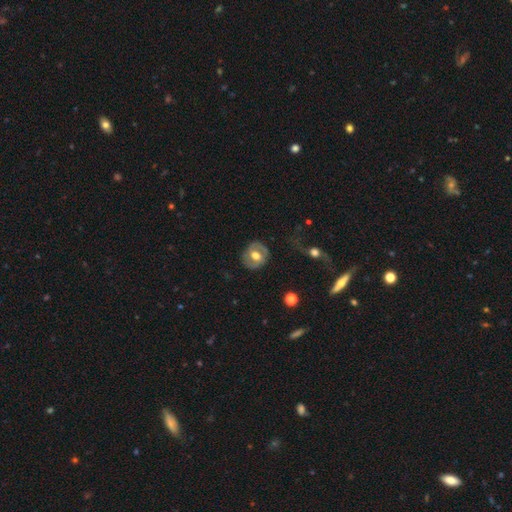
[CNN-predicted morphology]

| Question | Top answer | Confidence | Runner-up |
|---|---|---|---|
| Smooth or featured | featured or disk | 51% | smooth (43%) |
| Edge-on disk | no | 94% | yes (6%) |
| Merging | none | 79% | minor disturbance (13%) |